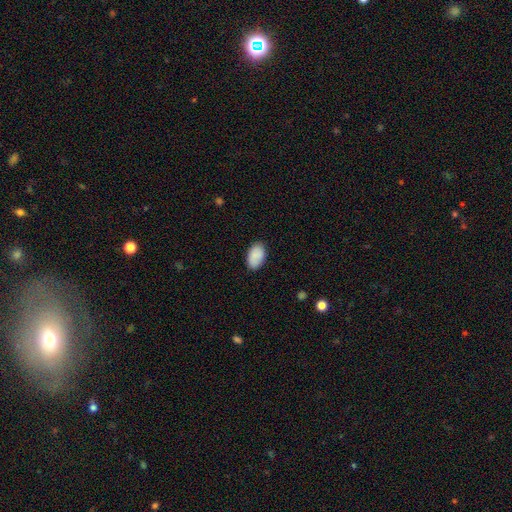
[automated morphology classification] Smooth or featured? smooth (89%)
How rounded? in between (93%)
Merging? none (84%)